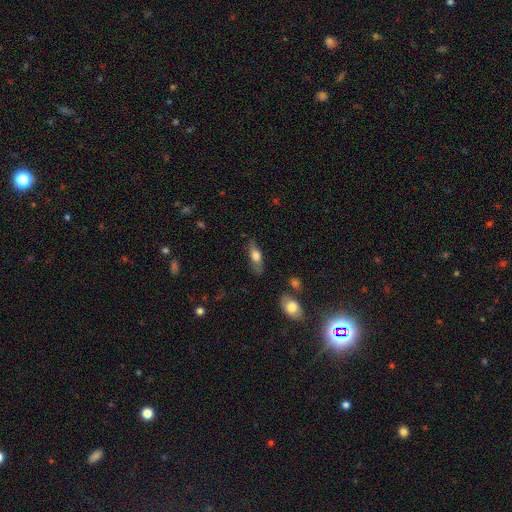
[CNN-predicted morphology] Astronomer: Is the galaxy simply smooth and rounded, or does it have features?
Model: smooth — 62%.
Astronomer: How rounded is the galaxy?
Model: in between — 62%.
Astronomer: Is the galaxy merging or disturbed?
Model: none — 76%.